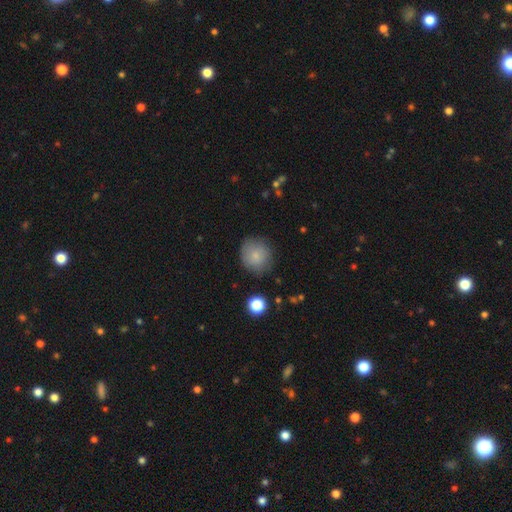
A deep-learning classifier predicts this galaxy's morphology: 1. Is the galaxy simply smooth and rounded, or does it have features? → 82% smooth, 9% star or artifact, 9% featured or disk.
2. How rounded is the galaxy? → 88% round, 11% in between, 1% cigar-shaped.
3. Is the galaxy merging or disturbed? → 79% none, 15% minor disturbance, 4% major disturbance, 2% merger.